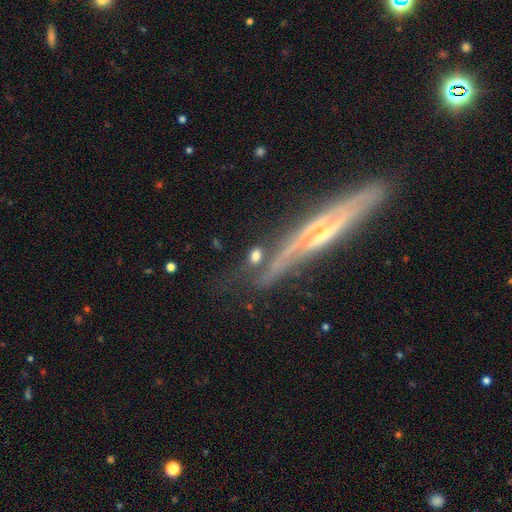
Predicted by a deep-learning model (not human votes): Smooth or featured?
  - smooth: 66% *
  - featured or disk: 22%
  - star or artifact: 12%
How rounded?
  - in between: 64% *
  - round: 23%
  - cigar-shaped: 12%
Merging?
  - none: 63% *
  - minor disturbance: 16%
  - merger: 12%
  - major disturbance: 9%